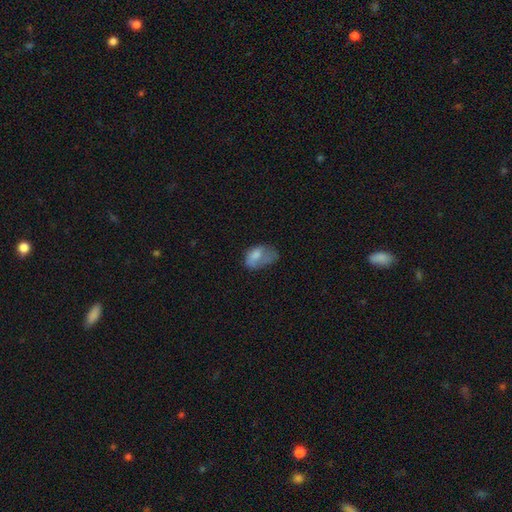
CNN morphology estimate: smooth 70%, featured or disk 20%, star or artifact 9%. Down the decision tree: how rounded — in between (87%); merging — major disturbance (41%).